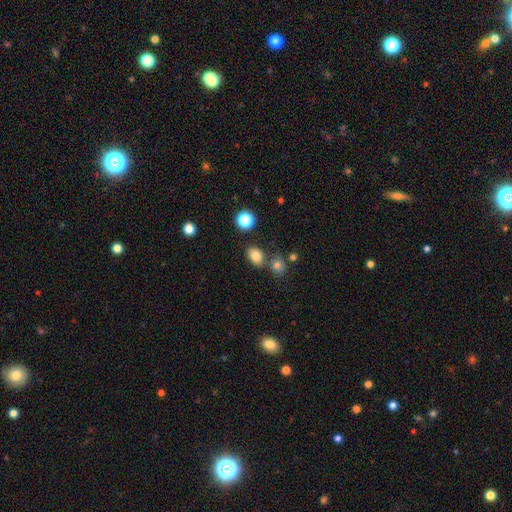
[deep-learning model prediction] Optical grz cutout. It shows a smooth galaxy with no disk features (80%) that is in between round and cigar-shaped (70%). Merging: none (71%).